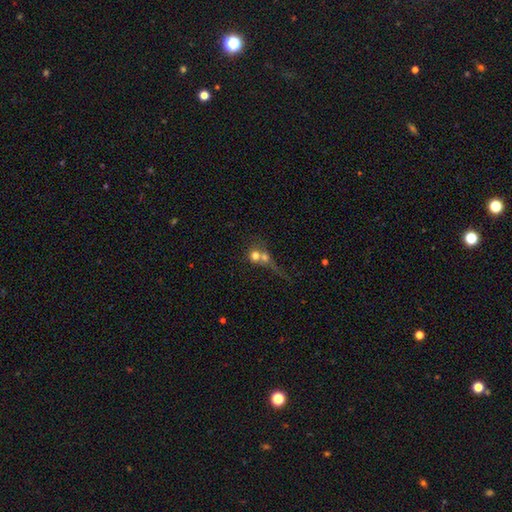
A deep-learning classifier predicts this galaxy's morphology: Q: Smooth or featured?
A: smooth (64%); runner-up: featured or disk (22%)
Q: How rounded?
A: round (80%); runner-up: in between (17%)
Q: Merging?
A: merger (62%); runner-up: none (24%)